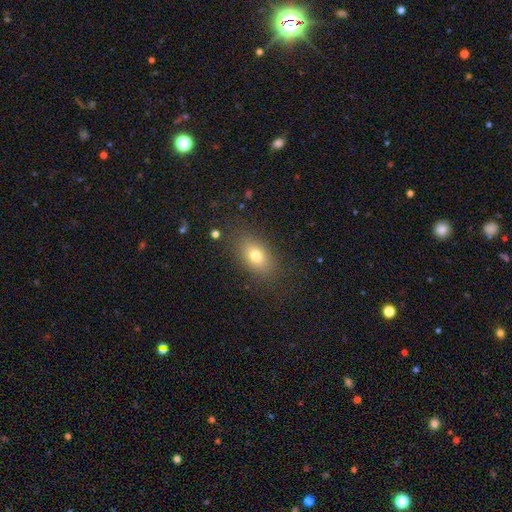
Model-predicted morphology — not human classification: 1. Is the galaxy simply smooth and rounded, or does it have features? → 76% smooth, 14% featured or disk, 11% star or artifact.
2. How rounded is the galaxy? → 84% in between, 12% round, 4% cigar-shaped.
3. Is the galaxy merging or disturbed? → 84% none, 11% minor disturbance, 4% major disturbance, 1% merger.